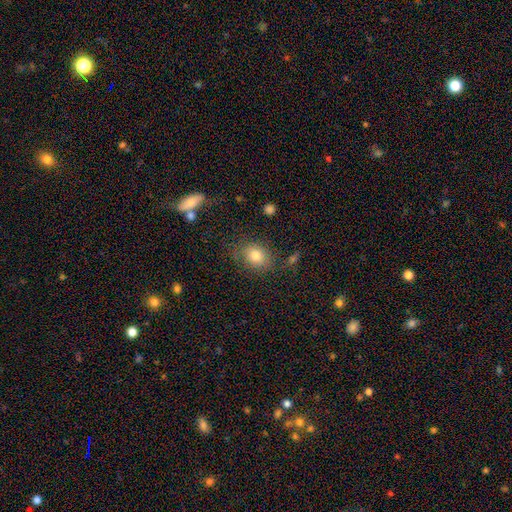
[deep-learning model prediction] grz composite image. It shows a smooth galaxy with no disk features (80%) that is in between round and cigar-shaped (50%). Merging: none (76%).